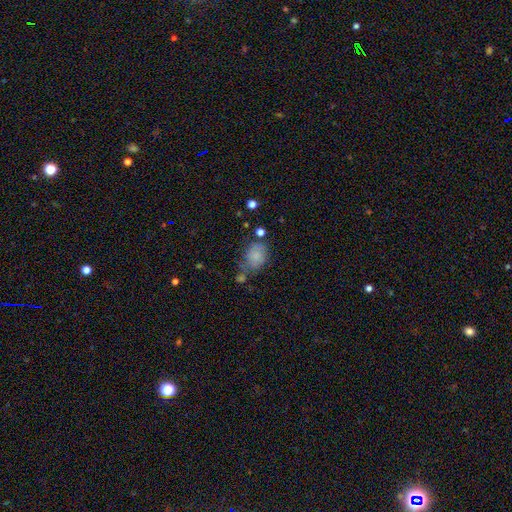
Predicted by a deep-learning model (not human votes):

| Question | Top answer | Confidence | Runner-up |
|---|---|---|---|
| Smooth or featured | smooth | 78% | featured or disk (12%) |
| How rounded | in between | 65% | round (33%) |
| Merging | none | 49% | minor disturbance (26%) |